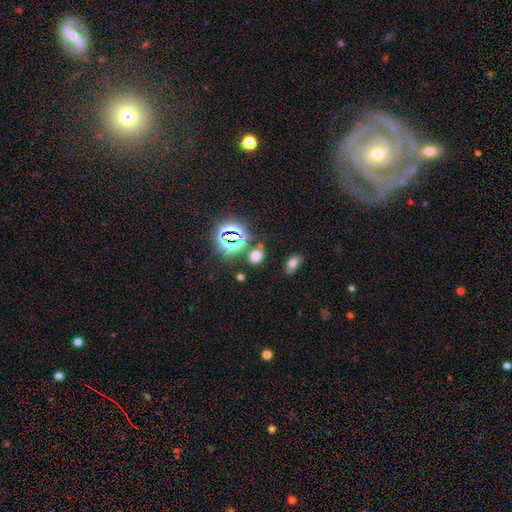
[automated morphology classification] Overall: smooth (60%; star or artifact 34%). How rounded: in between (59%; round 39%). Merging: none (74%).